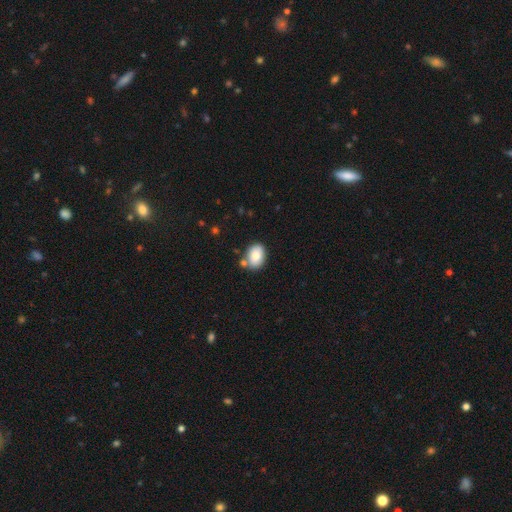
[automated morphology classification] Smooth or featured: smooth — 81% (featured or disk — 11%)
How rounded: in between — 75% (round — 24%)
Merging: none — 69% (minor disturbance — 15%)